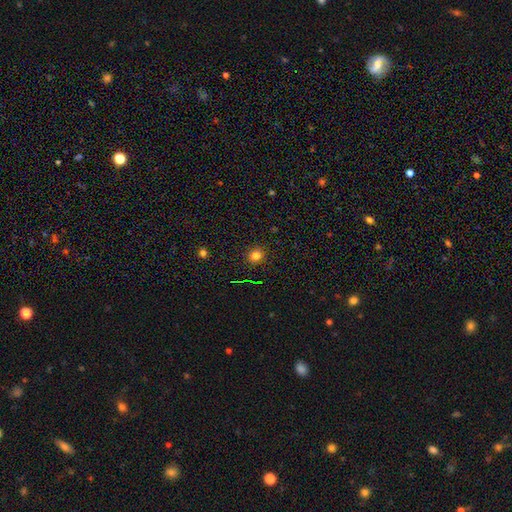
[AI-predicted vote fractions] Overall: smooth (78%). How rounded: round (87%). Merging: none (91%).